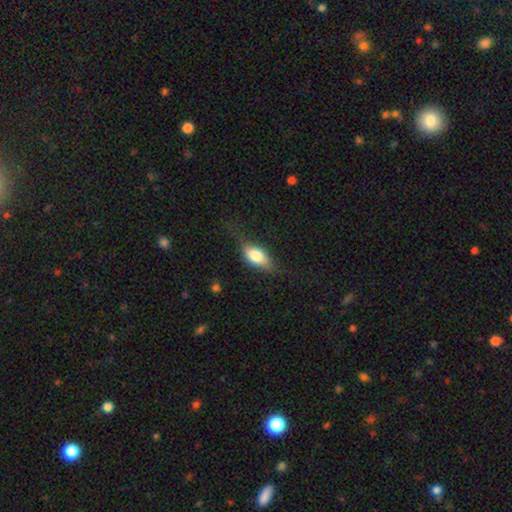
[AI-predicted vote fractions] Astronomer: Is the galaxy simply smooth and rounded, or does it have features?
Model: smooth — 70%.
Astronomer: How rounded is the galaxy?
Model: in between — 83%.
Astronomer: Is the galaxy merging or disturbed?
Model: none — 56%.